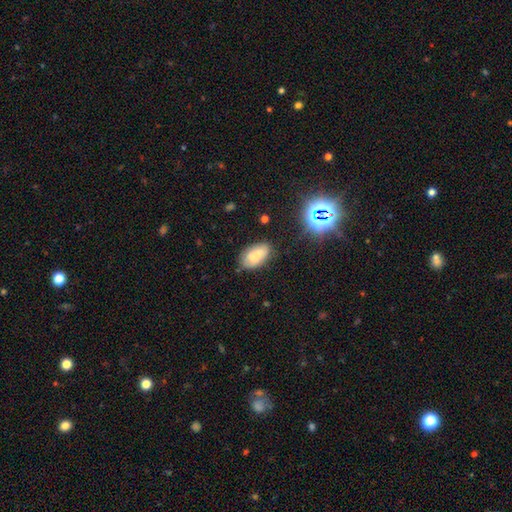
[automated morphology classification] smooth_or_featured: smooth (p=0.68) [alt: featured or disk p=0.20]
how_rounded: in between (p=0.91) [alt: round p=0.06]
merging: none (p=0.63) [alt: minor disturbance p=0.20]